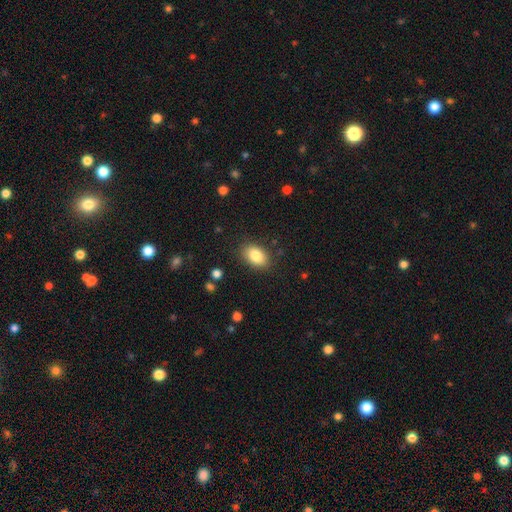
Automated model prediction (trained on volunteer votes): This appears to be a smooth galaxy with no disk features (85%) that is in between round and cigar-shaped (86%). Merging: none (85%).